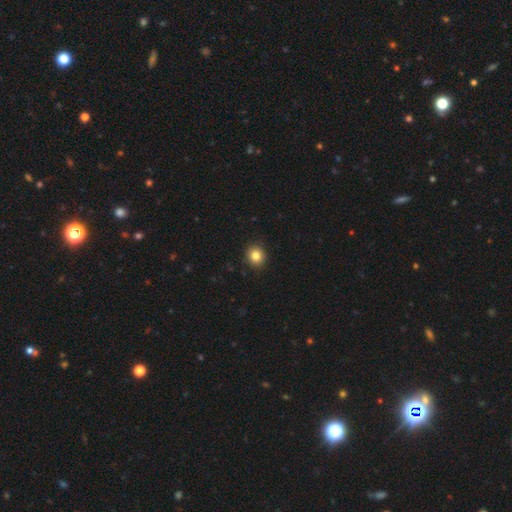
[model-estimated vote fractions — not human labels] smooth 84%, star or artifact 11%, featured or disk 6%. Down the decision tree: how rounded — round (80%); merging — none (91%).